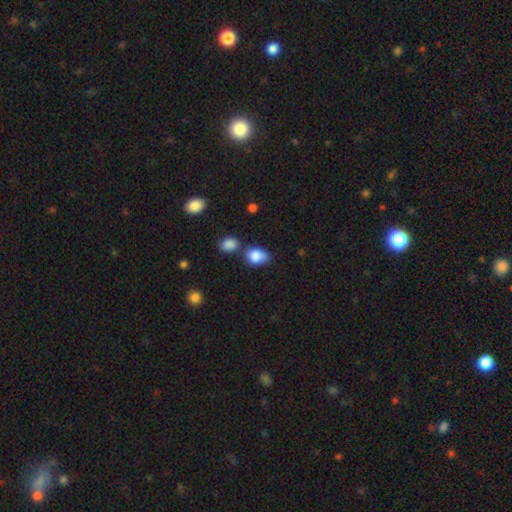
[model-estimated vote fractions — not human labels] A smooth galaxy with no disk features (85%) that is in between round and cigar-shaped (80%).

Vote fractions:
- Smooth or featured? smooth: 85% / star or artifact: 8% / featured or disk: 7%
- How rounded? in between: 80% / round: 18% / cigar-shaped: 2%
- Merging? none: 47% / minor disturbance: 24% / merger: 22% / major disturbance: 7%